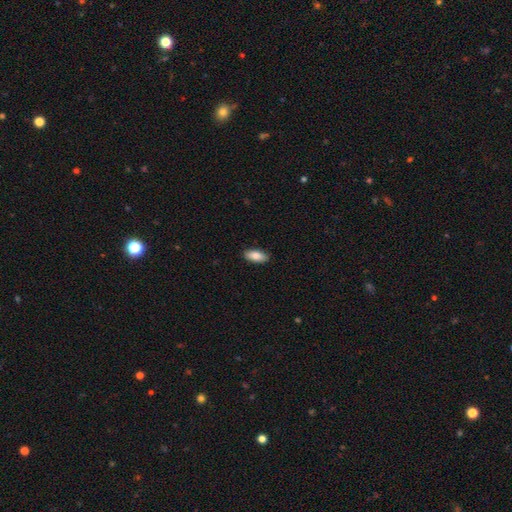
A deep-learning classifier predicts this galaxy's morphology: Smooth or featured: smooth — 86% (featured or disk — 8%)
How rounded: in between — 87% (cigar-shaped — 11%)
Merging: none — 90% (minor disturbance — 8%)